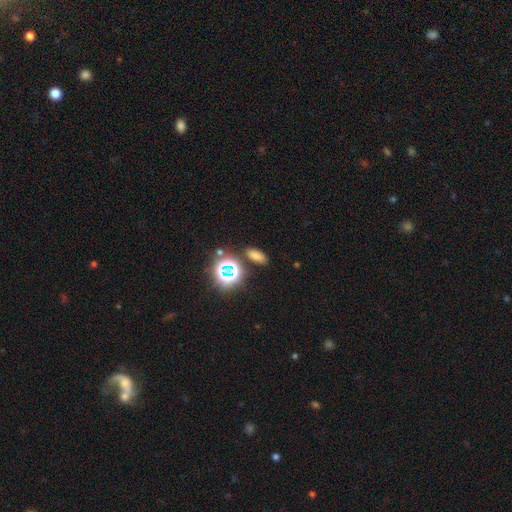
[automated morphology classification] A smooth galaxy with no disk features (66%) that is in between round and cigar-shaped (79%). Merging: none (82%).